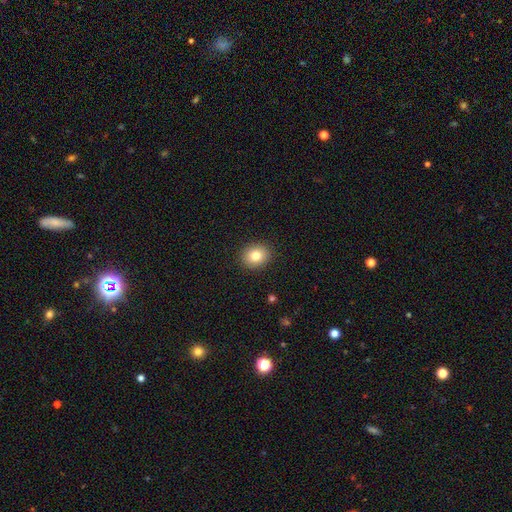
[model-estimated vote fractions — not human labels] This is clearly a smooth galaxy (81%). How rounded: likely round (68%). Merging: clearly none (90%).